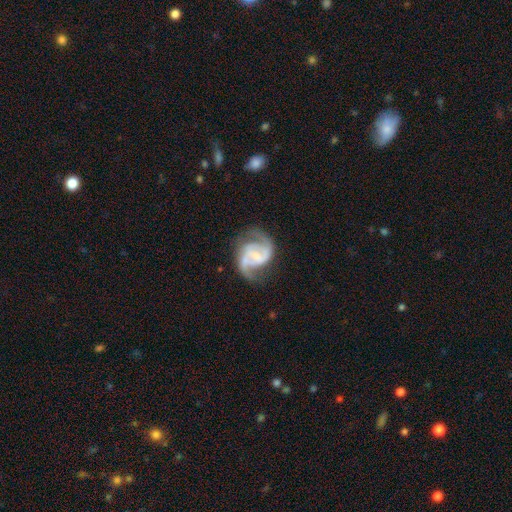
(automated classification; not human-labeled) This is clearly a featured or disk galaxy (88%). It is clearly not viewed edge-on (98%). Bar: possibly weak (51%). Spiral arm pattern: clearly yes (97%). Spiral arm count: clearly 2 (87%). Spiral winding: possibly medium (56%). Central bulge: possibly small (52%). Merging: likely none (66%).